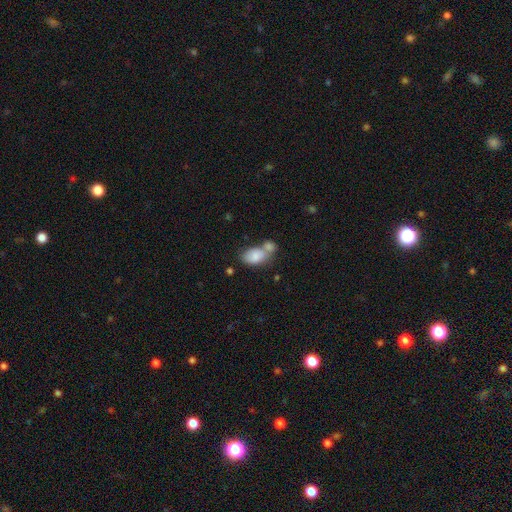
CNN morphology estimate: Smooth or featured? smooth (82%)
How rounded? in between (89%)
Merging? merger (51%)